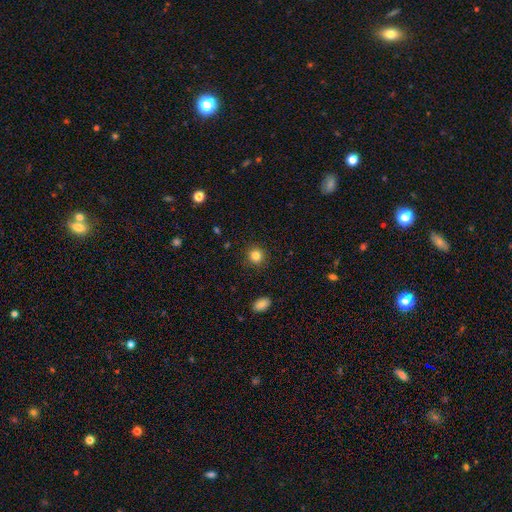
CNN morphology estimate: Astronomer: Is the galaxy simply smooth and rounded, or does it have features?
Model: smooth — 83%.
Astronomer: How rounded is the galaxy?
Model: round — 90%.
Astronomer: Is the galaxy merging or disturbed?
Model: none — 90%.